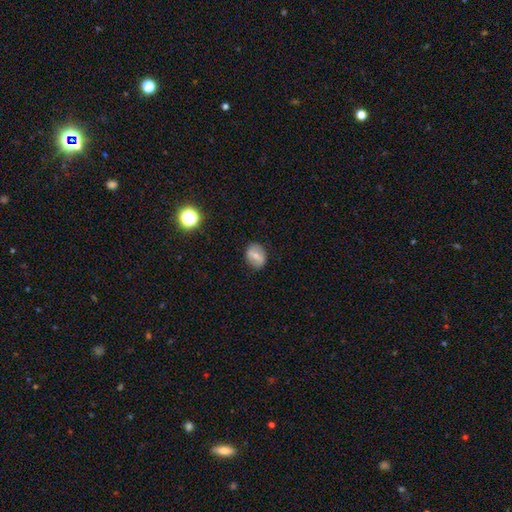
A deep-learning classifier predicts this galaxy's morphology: Overall: smooth (53%; featured or disk 38%). How rounded: in between (60%; round 38%). Merging: none (83%).